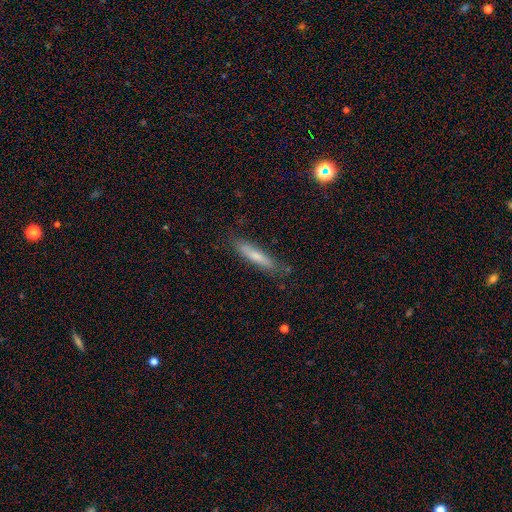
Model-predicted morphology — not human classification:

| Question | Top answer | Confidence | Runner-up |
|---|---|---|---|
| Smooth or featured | smooth | 65% | featured or disk (28%) |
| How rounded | cigar-shaped | 88% | in between (11%) |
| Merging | none | 81% | minor disturbance (14%) |